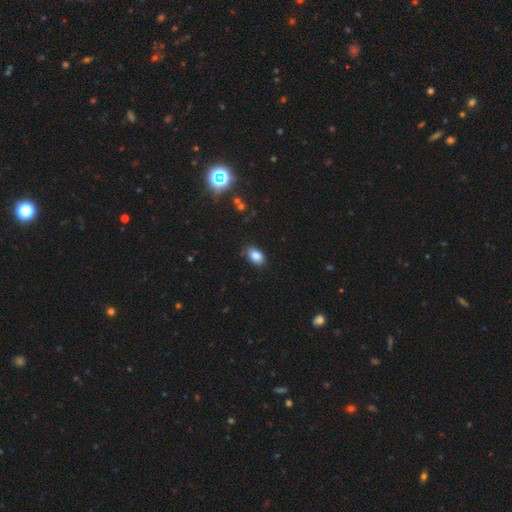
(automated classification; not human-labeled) This is clearly a smooth galaxy (85%). How rounded: clearly in between (88%). Merging: clearly none (83%).